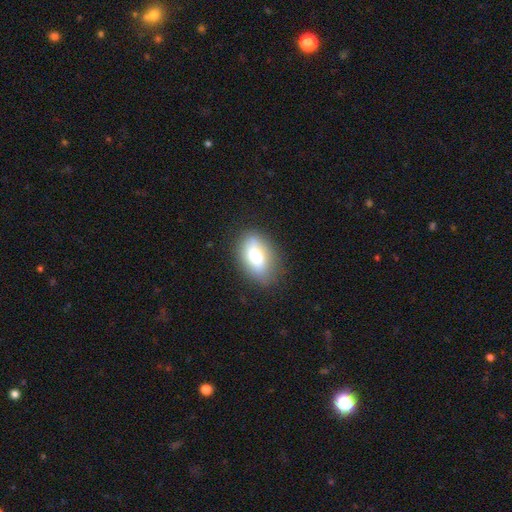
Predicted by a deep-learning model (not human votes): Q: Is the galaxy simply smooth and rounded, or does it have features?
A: smooth — 70%.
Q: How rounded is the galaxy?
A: in between — 85%.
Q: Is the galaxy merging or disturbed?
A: none — 79%.